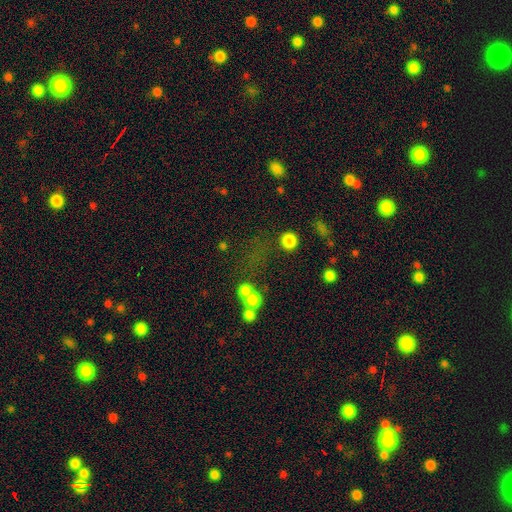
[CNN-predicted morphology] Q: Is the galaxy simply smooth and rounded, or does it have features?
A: star or artifact — 52%.